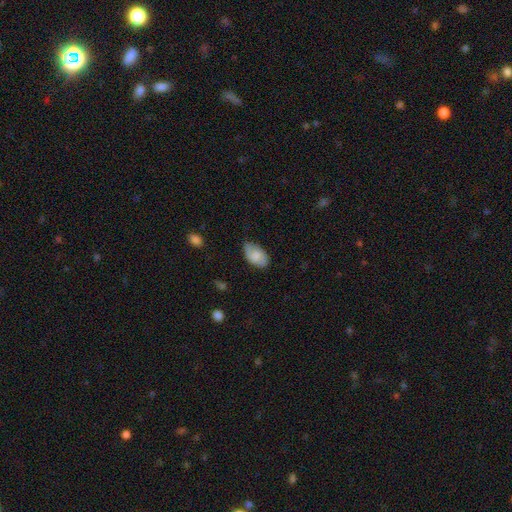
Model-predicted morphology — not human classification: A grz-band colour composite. It shows a smooth galaxy with no disk features (70%) that is in between round and cigar-shaped (93%). Merging: none (68%).